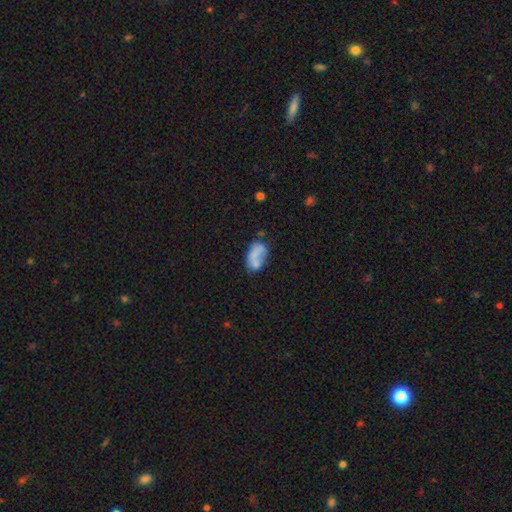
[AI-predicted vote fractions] Smooth or featured? smooth (61%)
How rounded? in between (89%)
Merging? none (36%)